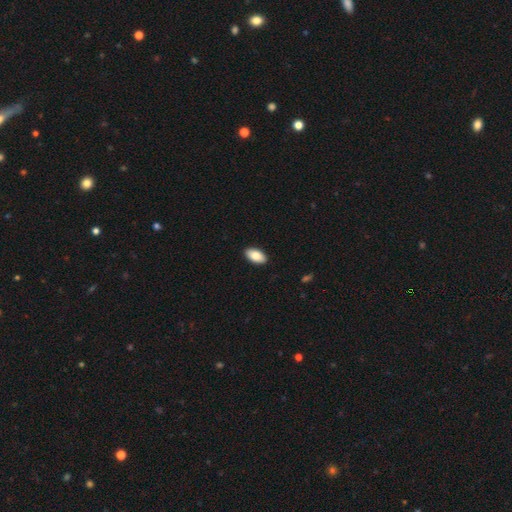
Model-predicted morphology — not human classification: Overall: smooth (84%). How rounded: in between (94%). Merging: none (90%).